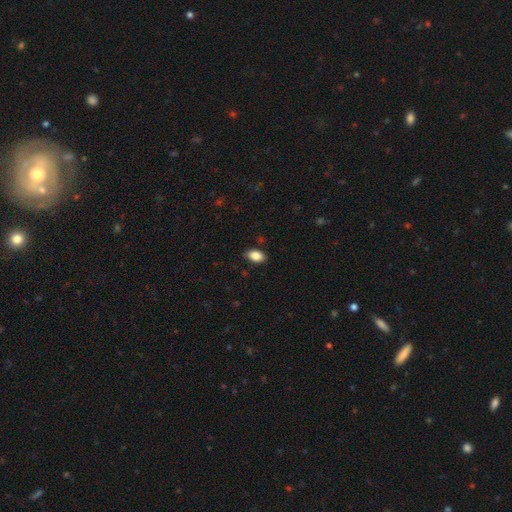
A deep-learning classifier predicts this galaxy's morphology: This is clearly a smooth galaxy (86%). How rounded: clearly in between (90%). Merging: clearly none (86%).